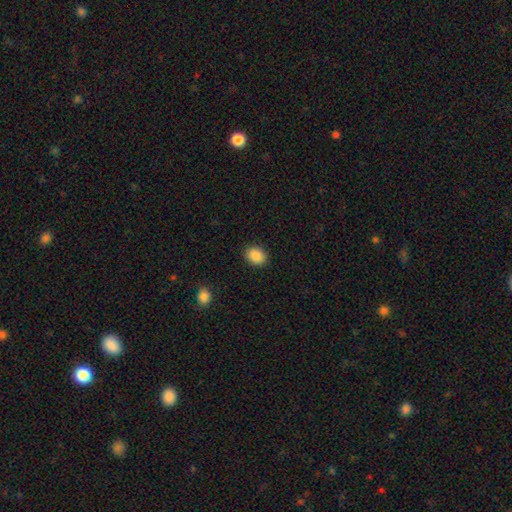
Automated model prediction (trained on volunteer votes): This is clearly a smooth galaxy (89%). How rounded: possibly in between (55%). Merging: clearly none (89%).